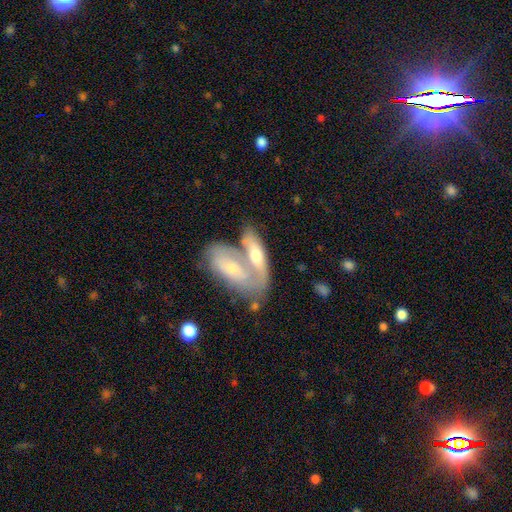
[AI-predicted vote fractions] Smooth or featured?
  - smooth: 48% *
  - featured or disk: 47%
  - star or artifact: 5%
Merging?
  - merger: 62% *
  - none: 21%
  - minor disturbance: 10%
  - major disturbance: 7%